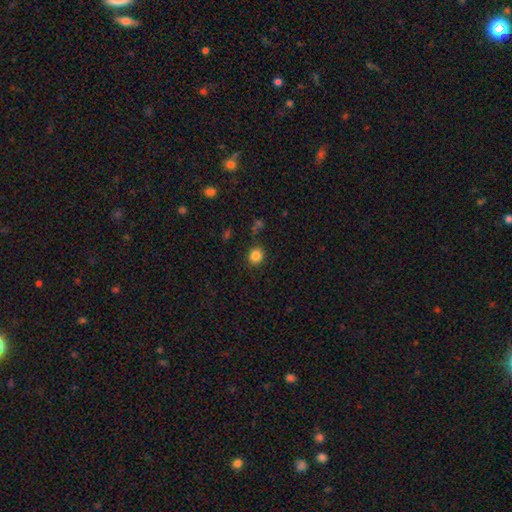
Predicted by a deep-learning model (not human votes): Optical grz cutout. It shows a smooth galaxy with no disk features (84%) that is round (84%). Merging: none (86%).